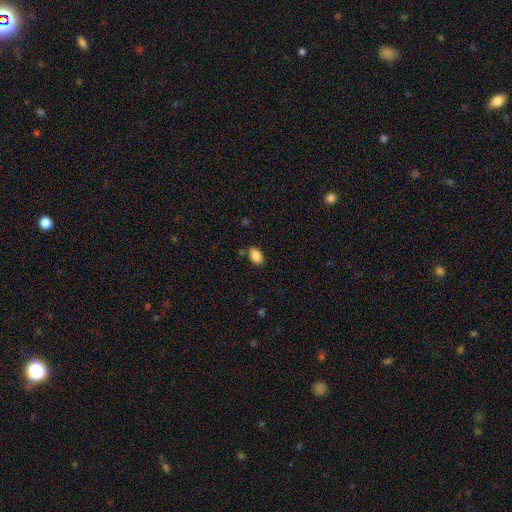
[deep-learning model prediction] Morphology: type=smooth (88%); roundness=in between (90%); merging=none (82%).